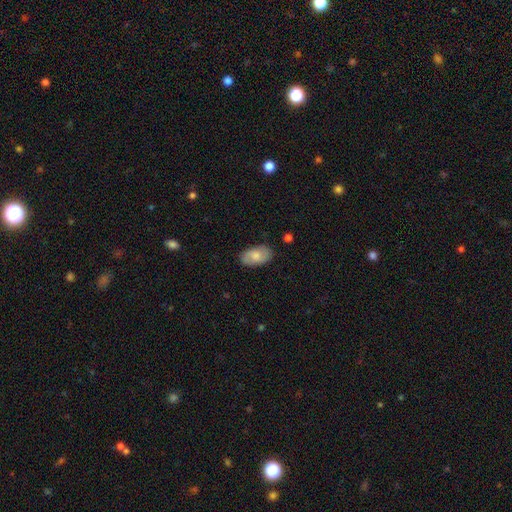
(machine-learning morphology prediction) A smooth galaxy with no disk features (71%) that is in between round and cigar-shaped (94%).

Vote fractions:
- Smooth or featured? smooth: 71% / featured or disk: 22% / star or artifact: 6%
- How rounded? in between: 94% / round: 5% / cigar-shaped: 2%
- Merging? none: 83% / minor disturbance: 13% / major disturbance: 3% / merger: 1%